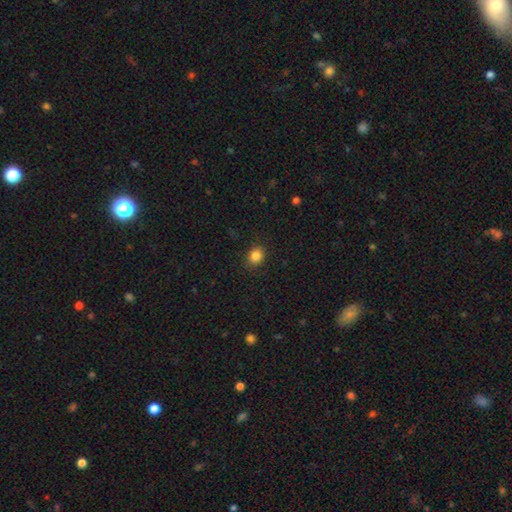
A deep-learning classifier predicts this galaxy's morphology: Smooth or featured: smooth — 85% (star or artifact — 11%)
How rounded: round — 73% (in between — 26%)
Merging: none — 89% (minor disturbance — 8%)